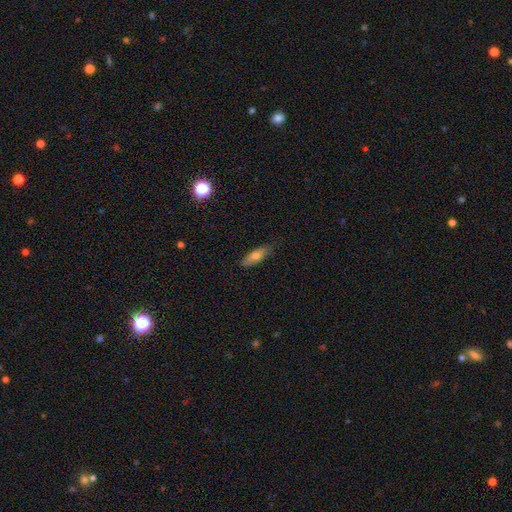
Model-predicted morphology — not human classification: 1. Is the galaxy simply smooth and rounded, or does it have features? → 70% smooth, 23% featured or disk, 7% star or artifact.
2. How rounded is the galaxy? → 54% in between, 43% cigar-shaped, 3% round.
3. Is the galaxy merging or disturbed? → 78% none, 18% minor disturbance, 3% major disturbance, 1% merger.